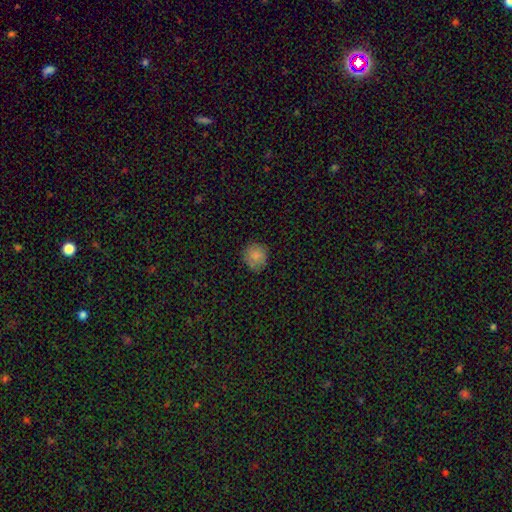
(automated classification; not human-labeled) This appears to be a smooth galaxy with no disk features (83%) that is round (88%). Merging: none (83%).